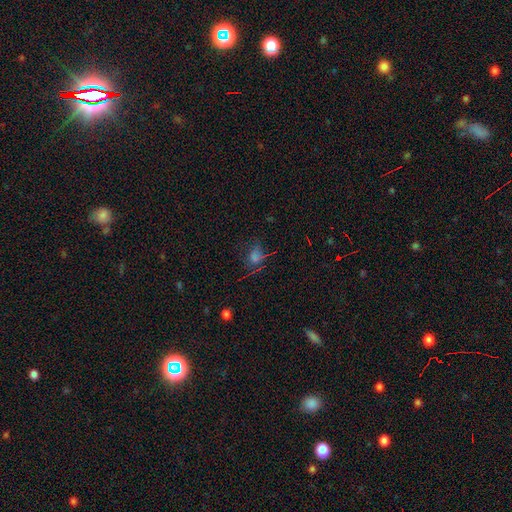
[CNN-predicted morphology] The model was most divided on "smooth or featured": smooth: 48%, star or artifact: 33%, featured or disk: 19%. Remaining: merging — none (50%).